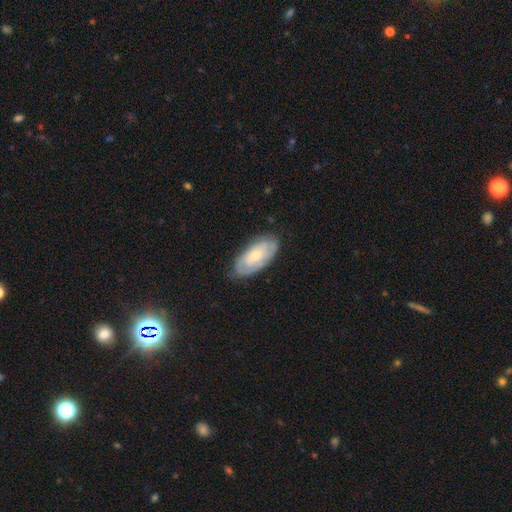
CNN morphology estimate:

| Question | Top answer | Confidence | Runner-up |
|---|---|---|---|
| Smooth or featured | featured or disk | 50% | smooth (44%) |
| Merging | none | 75% | minor disturbance (20%) |